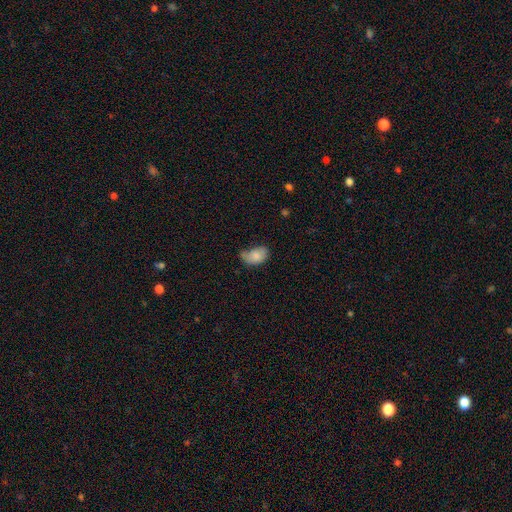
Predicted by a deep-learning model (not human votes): Smooth or featured? Predicted: smooth (p=0.82). How rounded? Predicted: in between (p=0.88). Merging? Predicted: none (p=0.42).